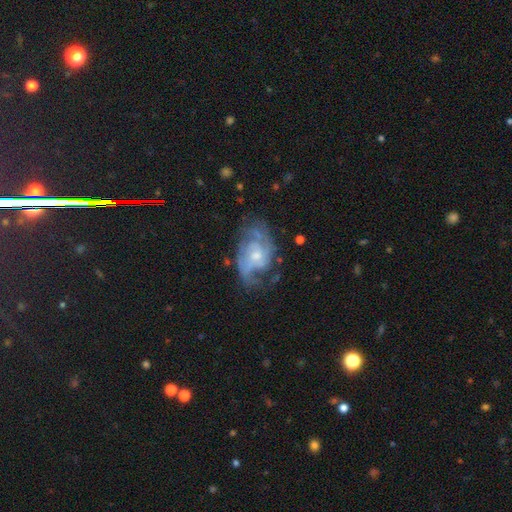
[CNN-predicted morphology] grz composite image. It shows a featured or disk galaxy (85%) with no bar (65%), 2 (47%) medium (44%) spiral arms (93%) and a small central bulge (48%). Merging: none (63%).